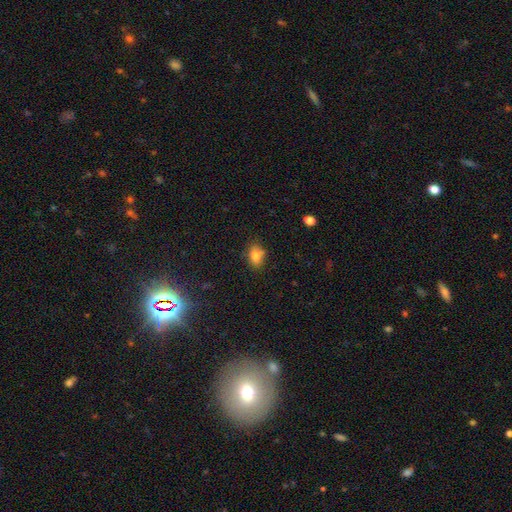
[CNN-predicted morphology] This is likely a smooth galaxy (77%). How rounded: likely in between (73%). Merging: likely none (72%).